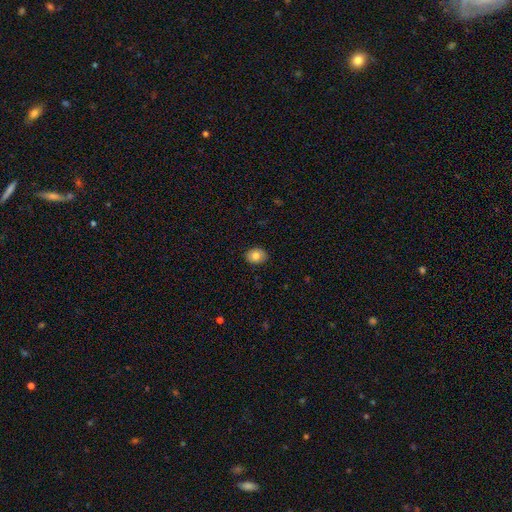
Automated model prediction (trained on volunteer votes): Smooth or featured?
  - smooth: 80% *
  - featured or disk: 12%
  - star or artifact: 8%
How rounded?
  - in between: 55% *
  - round: 44%
  - cigar-shaped: 1%
Merging?
  - none: 89% *
  - minor disturbance: 8%
  - major disturbance: 2%
  - merger: 1%